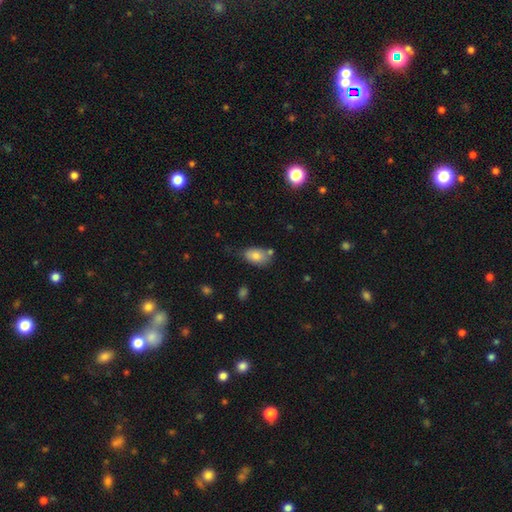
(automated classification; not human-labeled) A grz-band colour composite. It shows a smooth galaxy with no disk features (80%) that is in between round and cigar-shaped (90%). Merging: none (59%).